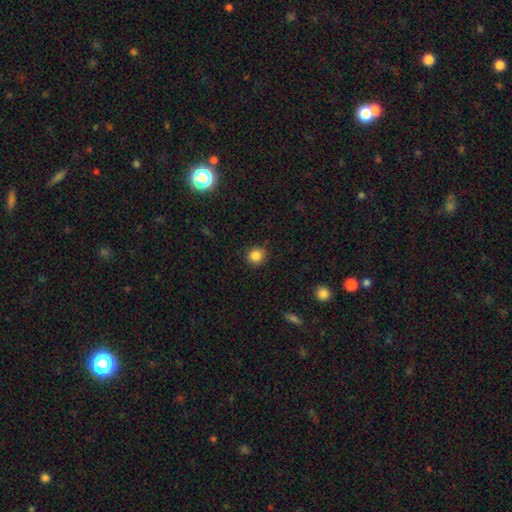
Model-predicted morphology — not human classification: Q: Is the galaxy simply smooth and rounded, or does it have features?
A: smooth — 85%.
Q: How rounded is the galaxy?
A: round — 83%.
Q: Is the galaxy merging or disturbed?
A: none — 85%.